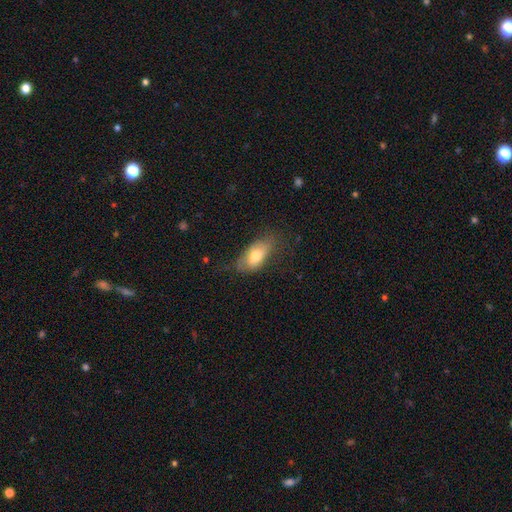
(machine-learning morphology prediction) Q: Smooth or featured?
A: smooth (71%); runner-up: featured or disk (22%)
Q: How rounded?
A: in between (89%); runner-up: cigar-shaped (7%)
Q: Merging?
A: none (58%); runner-up: minor disturbance (29%)